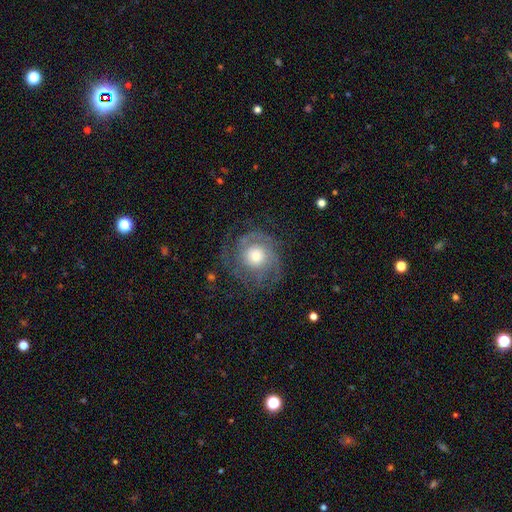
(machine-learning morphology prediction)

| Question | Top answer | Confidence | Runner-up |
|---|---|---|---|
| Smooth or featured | featured or disk | 69% | smooth (23%) |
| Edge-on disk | no | 97% | yes (3%) |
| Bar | no | 83% | weak (14%) |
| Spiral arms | yes | 85% | no (15%) |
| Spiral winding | tight | 58% | medium (30%) |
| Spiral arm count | can't tell | 38% | 2 (27%) |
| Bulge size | moderate | 56% | large (25%) |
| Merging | none | 68% | minor disturbance (17%) |